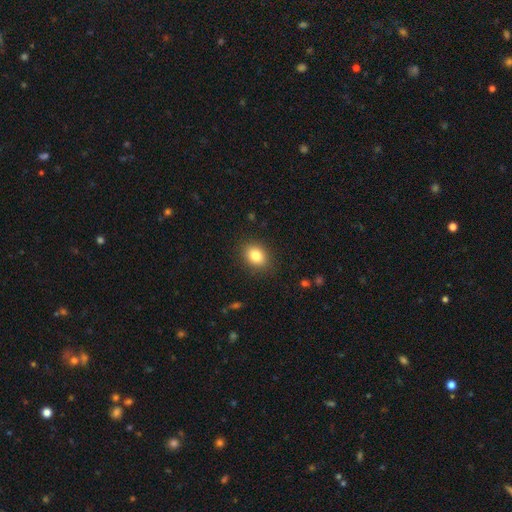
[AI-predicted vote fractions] smooth 84%, star or artifact 9%, featured or disk 7%. Down the decision tree: how rounded — in between (64%); merging — none (88%).